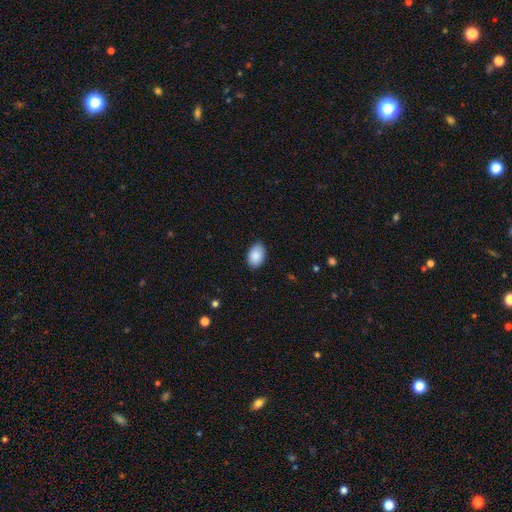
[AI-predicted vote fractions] The model was most divided on "merging": none: 81%, minor disturbance: 16%, major disturbance: 2%, merger: 1%. More confident: smooth or featured — smooth (89%); how rounded — in between (87%).